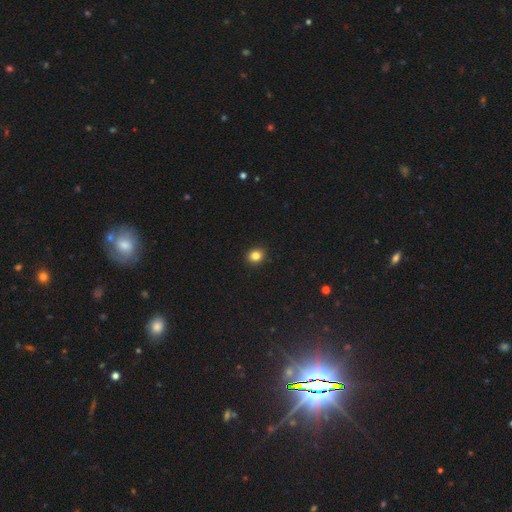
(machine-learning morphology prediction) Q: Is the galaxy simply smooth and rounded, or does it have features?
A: smooth — 83%.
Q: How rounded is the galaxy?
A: round — 78%.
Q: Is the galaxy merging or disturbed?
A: none — 92%.